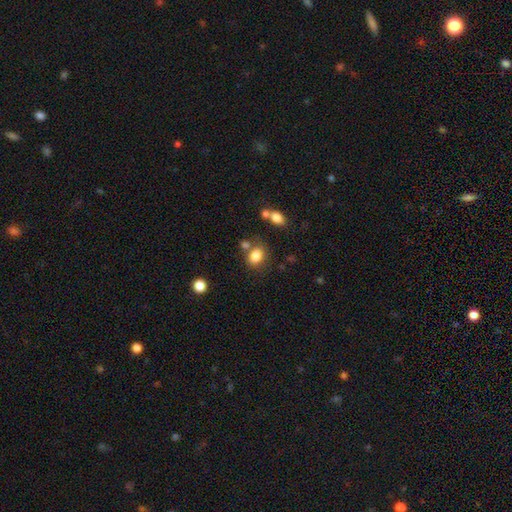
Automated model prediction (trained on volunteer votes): Smooth or featured? Predicted: smooth (p=0.83). How rounded? Predicted: in between (p=0.60). Merging? Predicted: none (p=0.65).